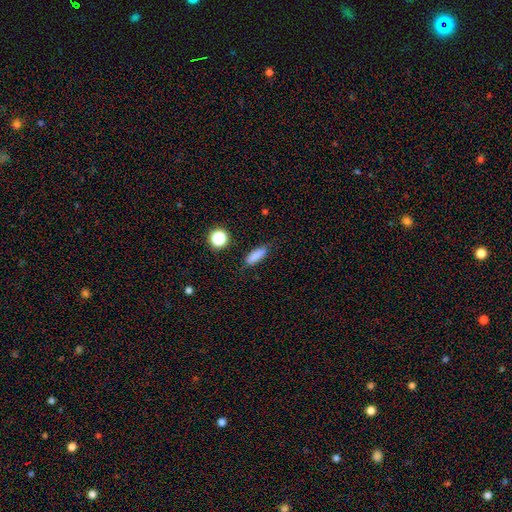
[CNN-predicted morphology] This is clearly a smooth galaxy (83%). How rounded: possibly in between (48%, tied with cigar-shaped). Merging: clearly none (81%).